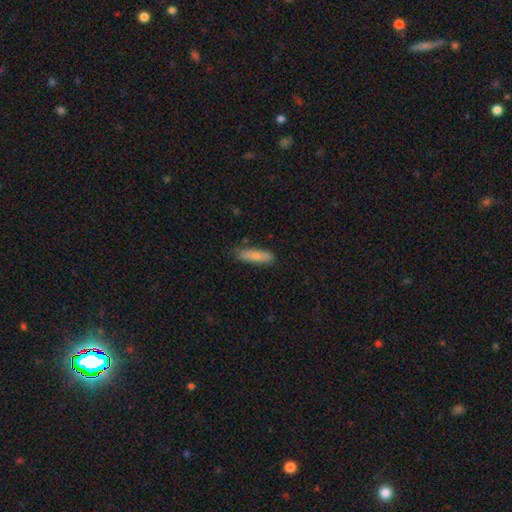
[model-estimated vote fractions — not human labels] Smooth or featured? smooth (76%)
How rounded? cigar-shaped (58%)
Merging? none (77%)